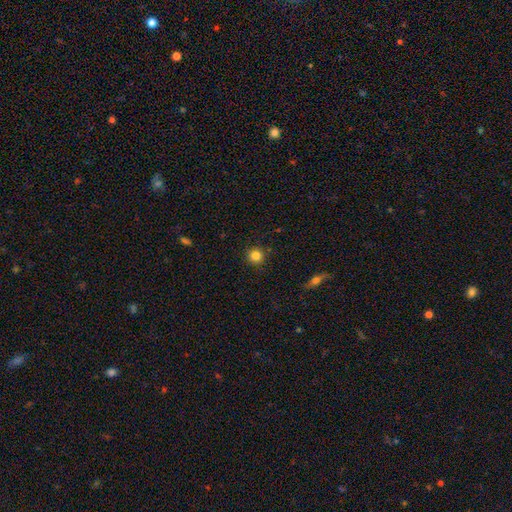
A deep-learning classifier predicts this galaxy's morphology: Smooth or featured? Predicted: smooth (p=0.84). How rounded? Predicted: round (p=0.95). Merging? Predicted: none (p=0.91).